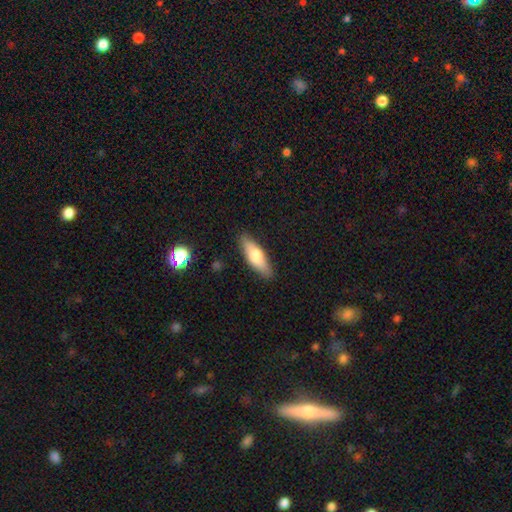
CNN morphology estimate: type=smooth (66%); roundness=in between (53%); merging=none (87%).